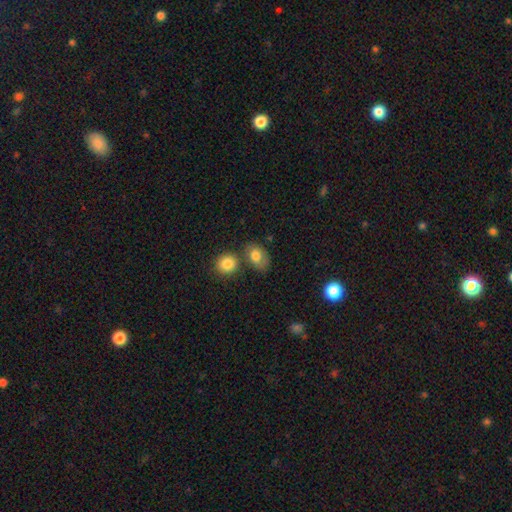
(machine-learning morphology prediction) This is likely a smooth galaxy (77%). How rounded: likely in between (73%). Merging: possibly none (54%).